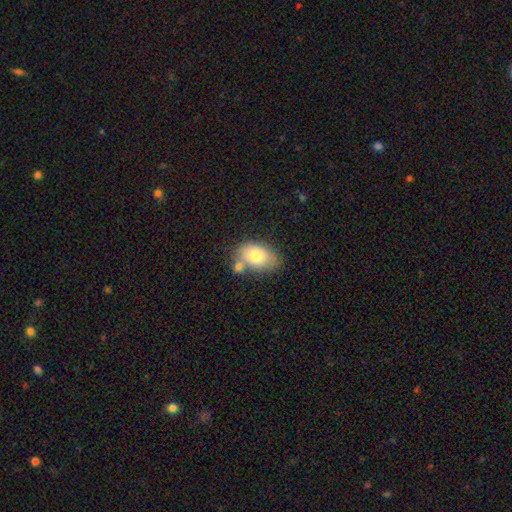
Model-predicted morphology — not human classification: Smooth or featured?
  - smooth: 75% *
  - featured or disk: 17%
  - star or artifact: 7%
How rounded?
  - in between: 87% *
  - round: 11%
  - cigar-shaped: 1%
Merging?
  - none: 52% *
  - merger: 24%
  - minor disturbance: 19%
  - major disturbance: 5%